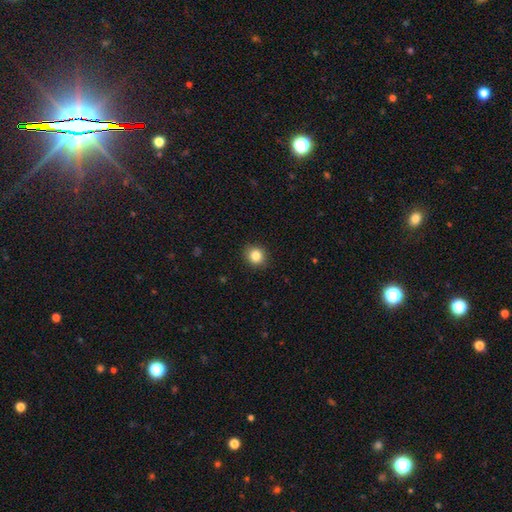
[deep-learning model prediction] Overall: smooth (85%). How rounded: round (85%). Merging: none (90%).